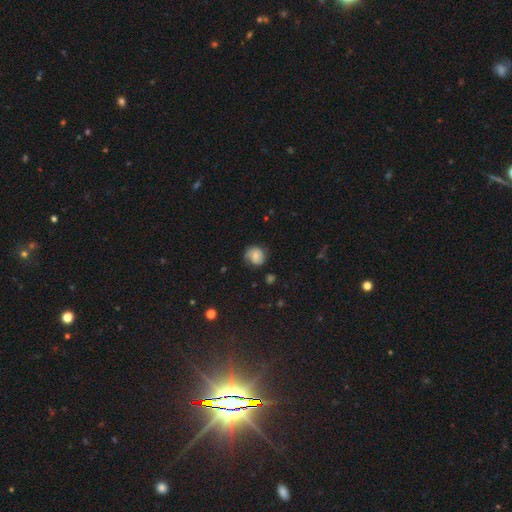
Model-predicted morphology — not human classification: type=smooth (53%); roundness=round (75%); merging=none (66%).